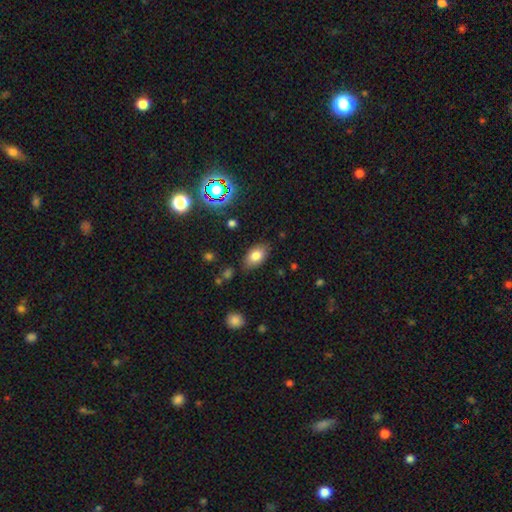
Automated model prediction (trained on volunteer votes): A smooth galaxy with no disk features (79%) that is in between round and cigar-shaped (90%). Merging: none (81%).